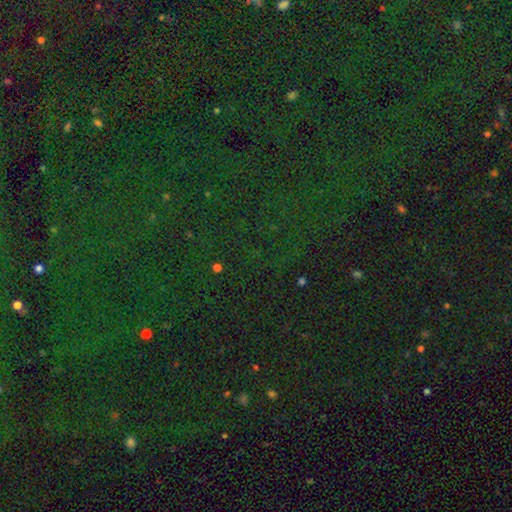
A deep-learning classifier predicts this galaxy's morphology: The model was most divided on "smooth or featured": star or artifact: 83%, smooth: 10%, featured or disk: 7%.